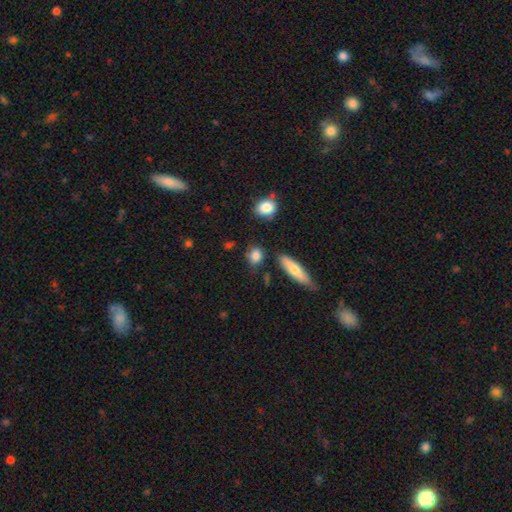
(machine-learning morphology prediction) This is clearly a smooth galaxy (82%). How rounded: possibly round (48%). Merging: likely none (71%).